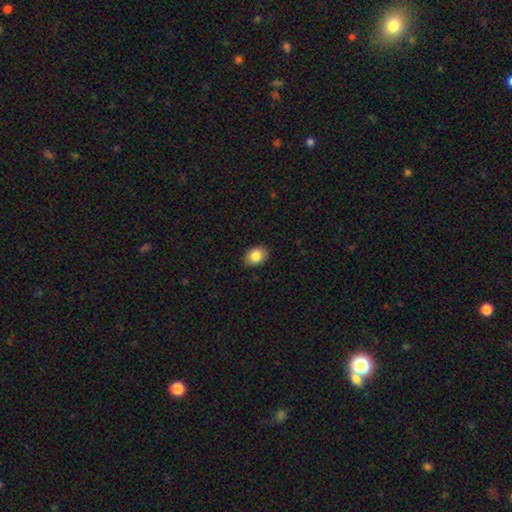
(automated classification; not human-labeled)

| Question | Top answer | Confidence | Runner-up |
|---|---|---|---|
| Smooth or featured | smooth | 85% | star or artifact (8%) |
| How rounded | in between | 74% | round (25%) |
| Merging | none | 90% | minor disturbance (8%) |